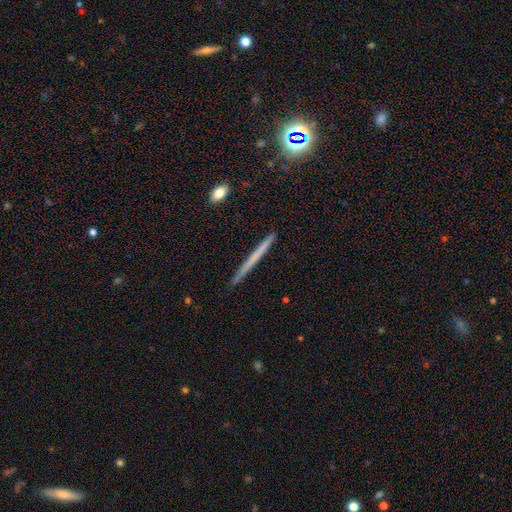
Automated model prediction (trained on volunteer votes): Smooth or featured: smooth — 50% (featured or disk — 42%)
Merging: none — 91% (minor disturbance — 6%)